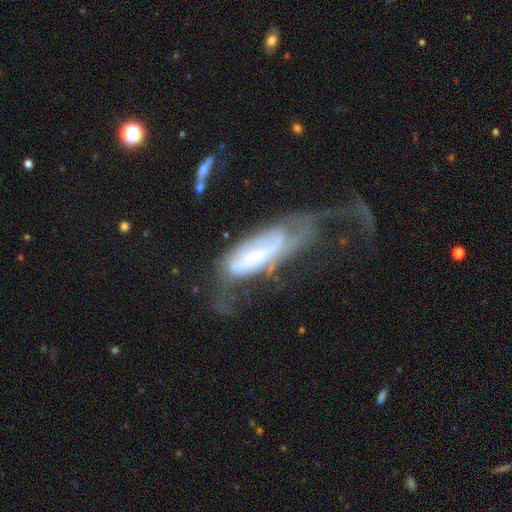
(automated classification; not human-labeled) Overall: featured or disk (64%; smooth 28%). Edge-on disk: no (82%). Bar: no (52%; weak 30%). Spiral arms: yes (71%). Bulge size: small (46%; moderate 25%). Merging: major disturbance (55%; none 20%).